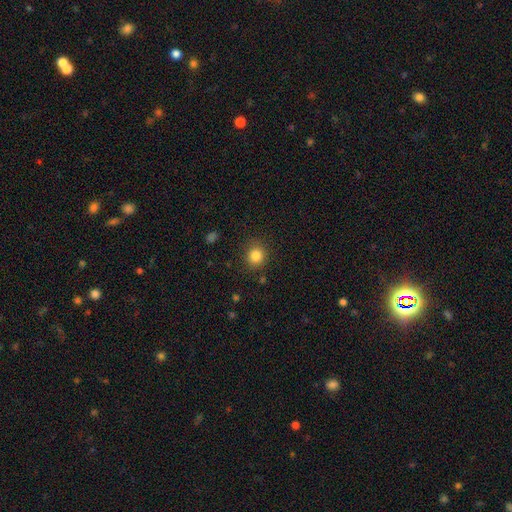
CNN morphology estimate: Smooth or featured?
  - smooth: 83% *
  - star or artifact: 11%
  - featured or disk: 5%
How rounded?
  - round: 88% *
  - in between: 12%
  - cigar-shaped: 1%
Merging?
  - none: 87% *
  - minor disturbance: 9%
  - major disturbance: 3%
  - merger: 2%